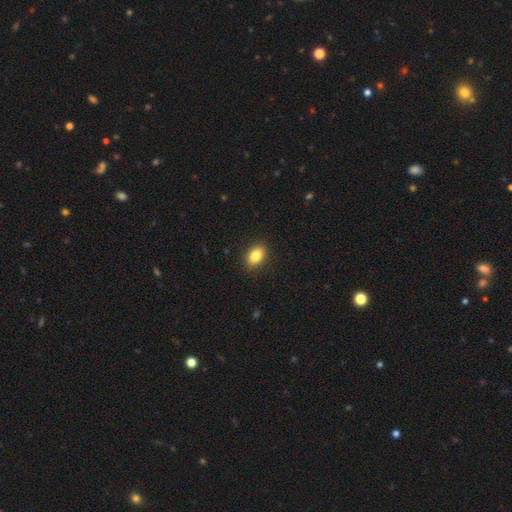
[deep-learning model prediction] A smooth galaxy with no disk features (84%) that is in between round and cigar-shaped (81%).

Vote fractions:
- Smooth or featured? smooth: 84% / star or artifact: 9% / featured or disk: 7%
- How rounded? in between: 81% / round: 17% / cigar-shaped: 2%
- Merging? none: 89% / minor disturbance: 8% / major disturbance: 2% / merger: 1%